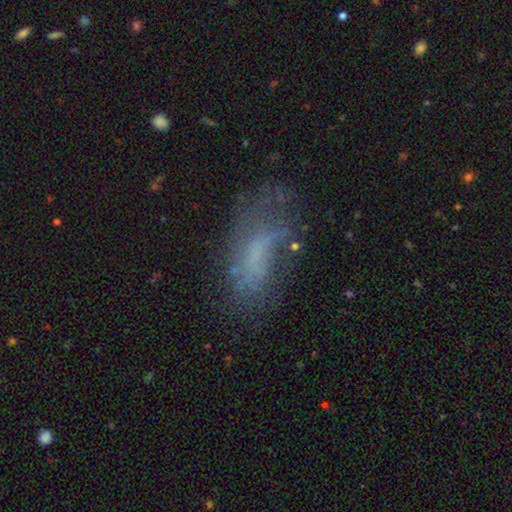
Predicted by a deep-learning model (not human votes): Overall: smooth (49%; featured or disk 36%). Merging: none (43%; major disturbance 27%).